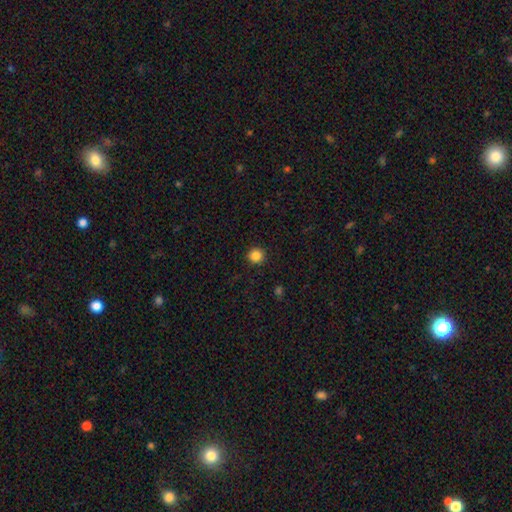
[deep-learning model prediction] smooth-or-featured: smooth: 85% | star or artifact: 11% | featured or disk: 4%
  how-rounded: round: 94% | in between: 5% | cigar-shaped: 1%
  merging: none: 92% | minor disturbance: 5% | major disturbance: 2% | merger: 1%